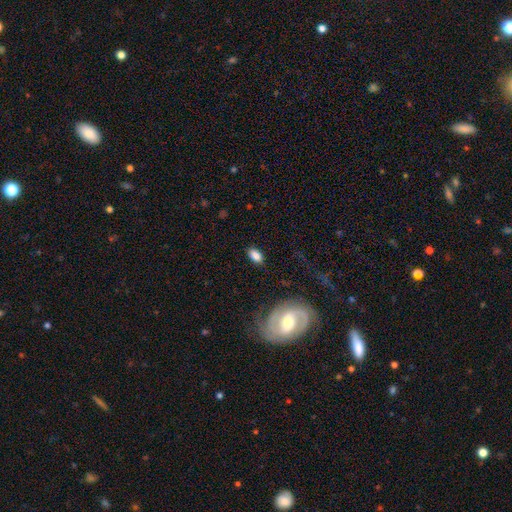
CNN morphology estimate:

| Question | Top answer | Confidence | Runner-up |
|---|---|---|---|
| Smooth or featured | smooth | 81% | featured or disk (11%) |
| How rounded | in between | 90% | round (7%) |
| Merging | none | 83% | minor disturbance (11%) |